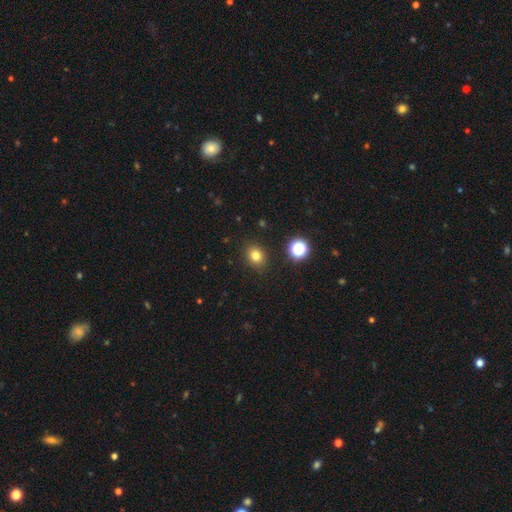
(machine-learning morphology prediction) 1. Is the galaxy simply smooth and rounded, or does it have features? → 78% smooth, 15% star or artifact, 7% featured or disk.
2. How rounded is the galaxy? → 60% round, 39% in between, 1% cigar-shaped.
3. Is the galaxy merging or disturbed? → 89% none, 7% minor disturbance, 2% major disturbance, 2% merger.